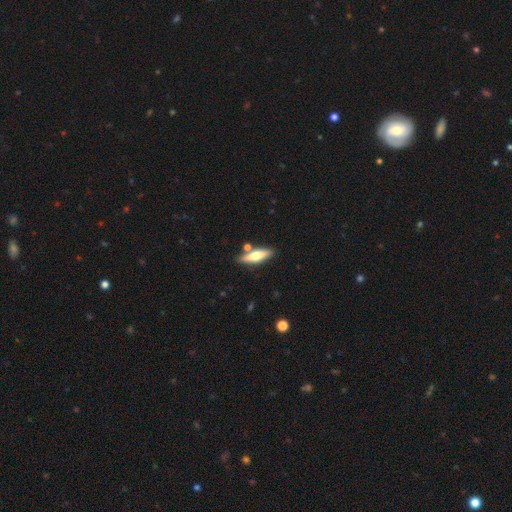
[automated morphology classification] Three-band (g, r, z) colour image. It shows a smooth galaxy with no disk features (52%) that is cigar-shaped (64%). Merging: none (78%).